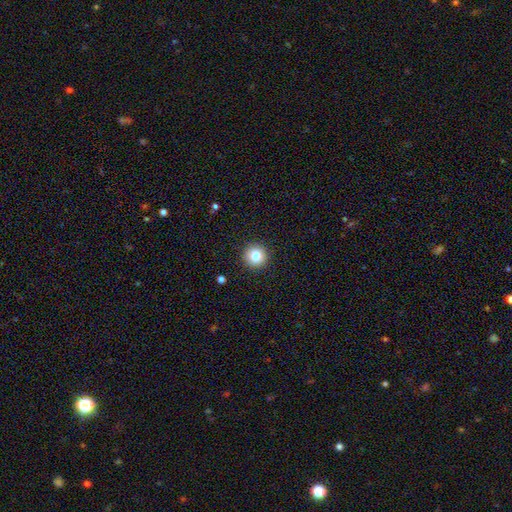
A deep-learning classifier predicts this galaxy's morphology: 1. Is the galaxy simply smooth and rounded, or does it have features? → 81% smooth, 11% star or artifact, 8% featured or disk.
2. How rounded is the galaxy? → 96% round, 3% in between, 1% cigar-shaped.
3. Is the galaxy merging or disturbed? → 93% none, 5% minor disturbance, 2% major disturbance, 1% merger.